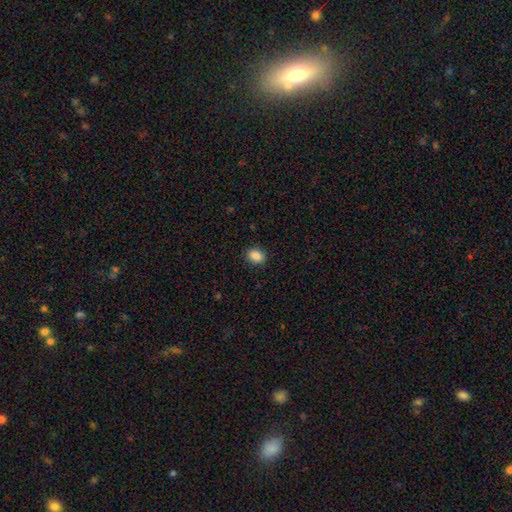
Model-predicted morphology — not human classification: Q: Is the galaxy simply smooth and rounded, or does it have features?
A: smooth — 88%.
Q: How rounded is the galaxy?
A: in between — 55%.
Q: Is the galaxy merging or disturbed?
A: none — 90%.